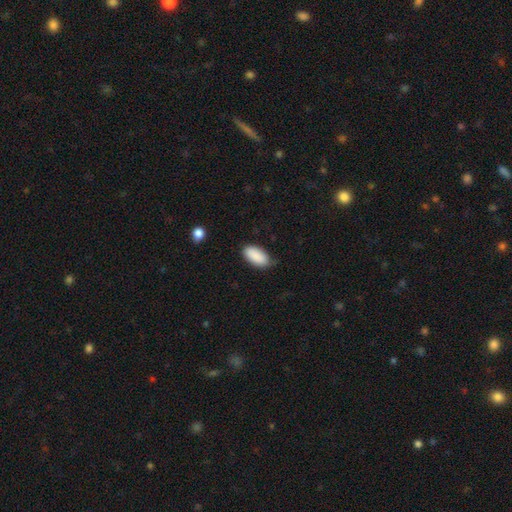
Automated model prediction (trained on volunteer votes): Smooth or featured? Predicted: smooth (p=0.90). How rounded? Predicted: in between (p=0.93). Merging? Predicted: none (p=0.73).